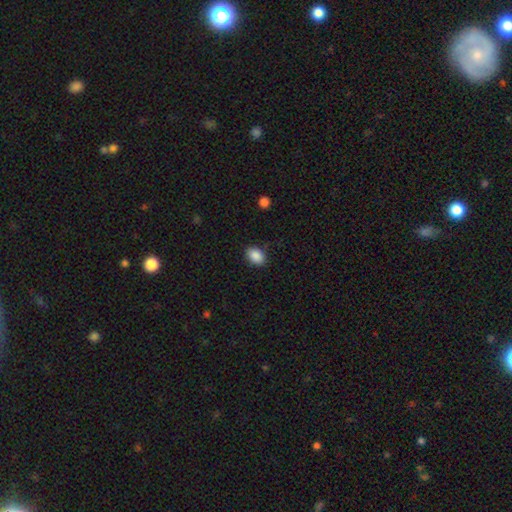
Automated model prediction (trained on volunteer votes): This appears to be a smooth galaxy with no disk features (88%) that is in between round and cigar-shaped (76%). Merging: none (86%).